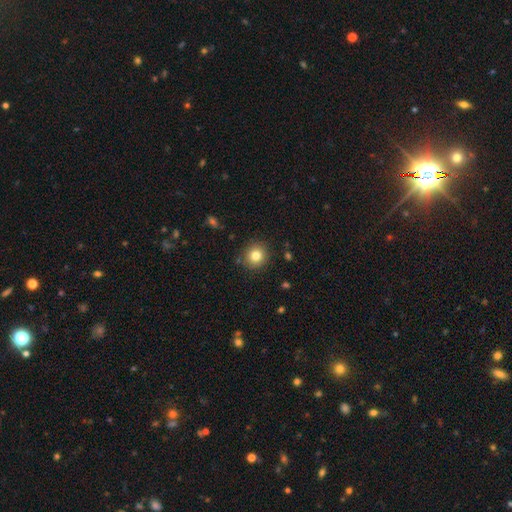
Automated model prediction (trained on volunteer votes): This is clearly a smooth galaxy (80%). How rounded: clearly round (92%). Merging: clearly none (89%).